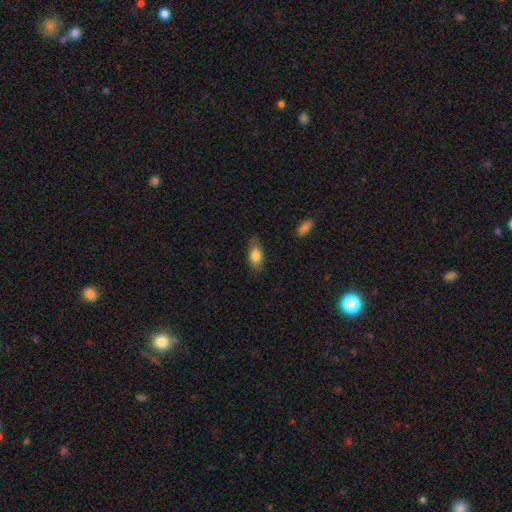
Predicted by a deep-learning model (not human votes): The model was most divided on "merging": none: 79%, minor disturbance: 17%, major disturbance: 3%, merger: 1%. More confident: how rounded — in between (88%); smooth or featured — smooth (80%).